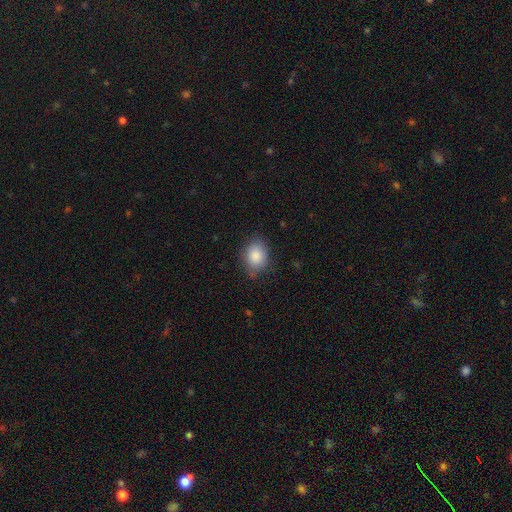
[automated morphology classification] A smooth galaxy with no disk features (87%) that is in between round and cigar-shaped (59%). Merging: none (76%).